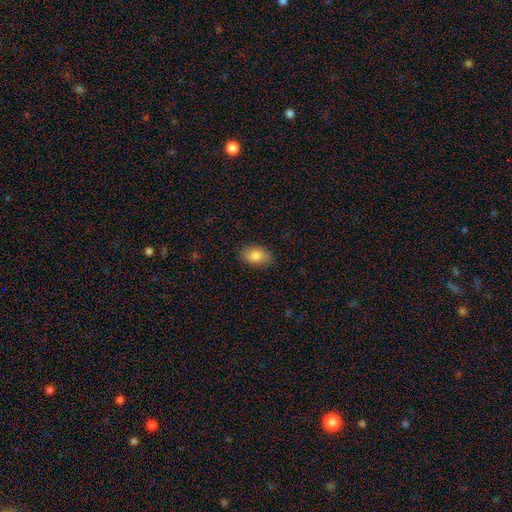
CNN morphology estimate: The model was most divided on "merging": none: 86%, minor disturbance: 10%, major disturbance: 2%, merger: 1%. More confident: how rounded — in between (88%); smooth or featured — smooth (84%).